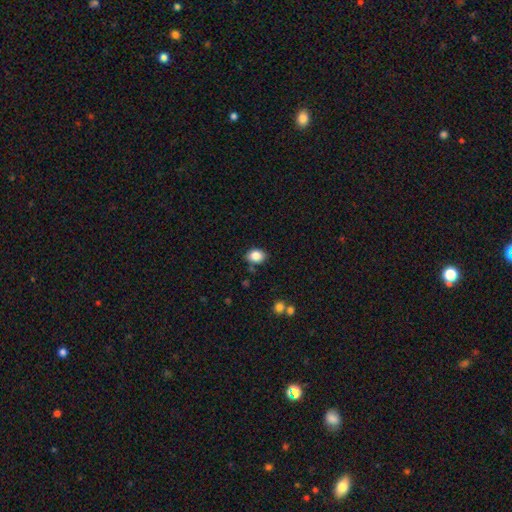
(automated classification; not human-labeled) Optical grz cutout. It shows a smooth galaxy with no disk features (86%) that is in between round and cigar-shaped (67%). Merging: none (81%).